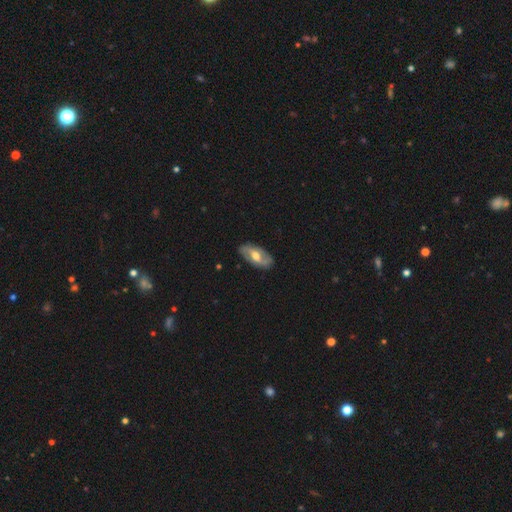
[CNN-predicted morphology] smooth-or-featured: featured or disk: 67% | smooth: 28% | star or artifact: 5%
  disk-edge-on: no: 89% | yes: 11%
    bar: weak: 45% | no: 33% | strong: 23%
    has-spiral-arms: yes: 71% | no: 29%
    bulge-size: moderate: 73% | small: 14% | large: 11% | none: 1% | dominant: 1%
  merging: none: 84% | minor disturbance: 12% | major disturbance: 3% | merger: 1%